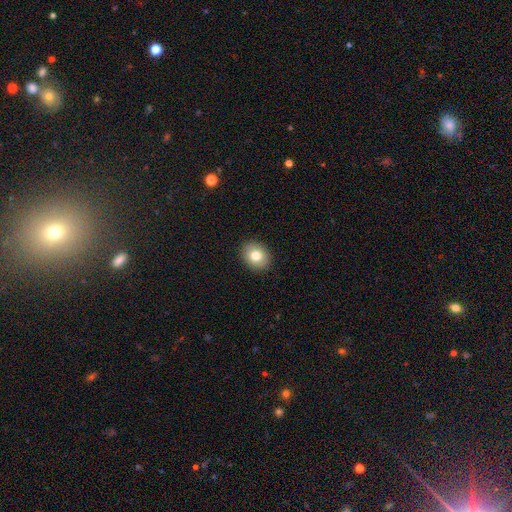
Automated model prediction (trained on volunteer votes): Q: Smooth or featured?
A: smooth (79%); runner-up: featured or disk (12%)
Q: How rounded?
A: round (53%); runner-up: in between (46%)
Q: Merging?
A: none (90%); runner-up: minor disturbance (7%)